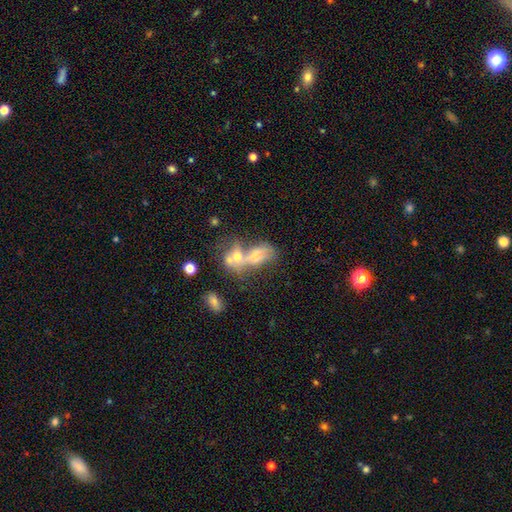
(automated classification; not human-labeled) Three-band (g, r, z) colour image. It shows a smooth galaxy with no disk features (51%) that is in between round and cigar-shaped (76%). Merging: merger (65%).